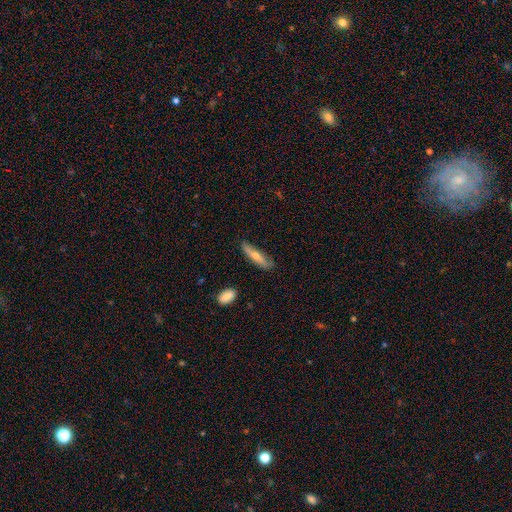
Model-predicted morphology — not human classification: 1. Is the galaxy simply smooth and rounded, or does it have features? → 51% smooth, 42% featured or disk, 7% star or artifact.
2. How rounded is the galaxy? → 76% cigar-shaped, 22% in between, 2% round.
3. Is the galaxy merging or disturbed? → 76% none, 18% minor disturbance, 4% major disturbance, 2% merger.